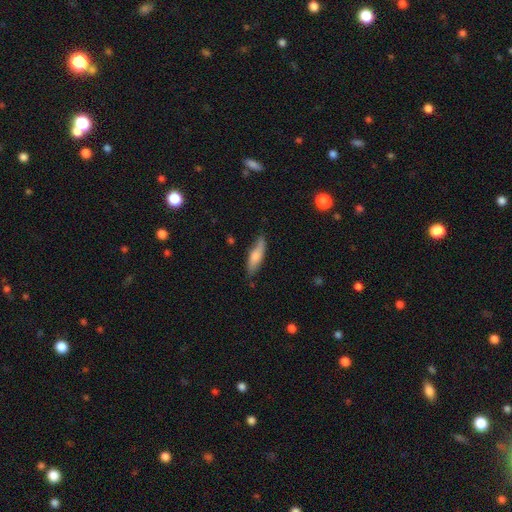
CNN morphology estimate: smooth-or-featured: smooth: 69% | featured or disk: 25% | star or artifact: 6%
  how-rounded: cigar-shaped: 61% | in between: 37% | round: 2%
  merging: none: 74% | minor disturbance: 21% | major disturbance: 3% | merger: 2%